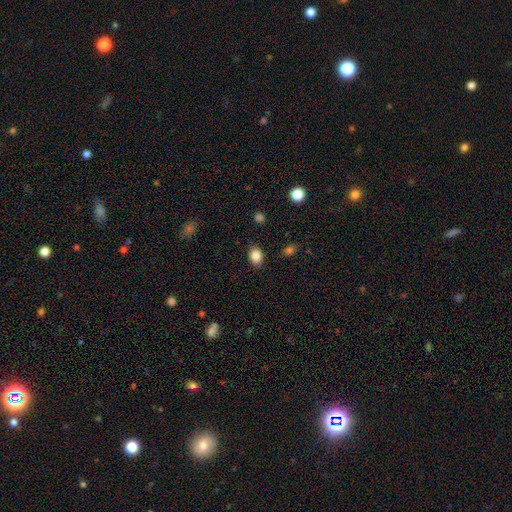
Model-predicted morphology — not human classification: A smooth galaxy with no disk features (86%) that is in between round and cigar-shaped (66%). Merging: none (86%).